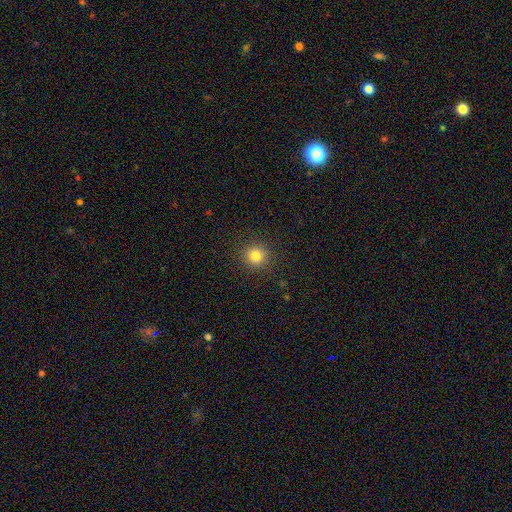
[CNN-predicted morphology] Smooth or featured? Predicted: smooth (p=0.81). How rounded? Predicted: round (p=0.93). Merging? Predicted: none (p=0.91).